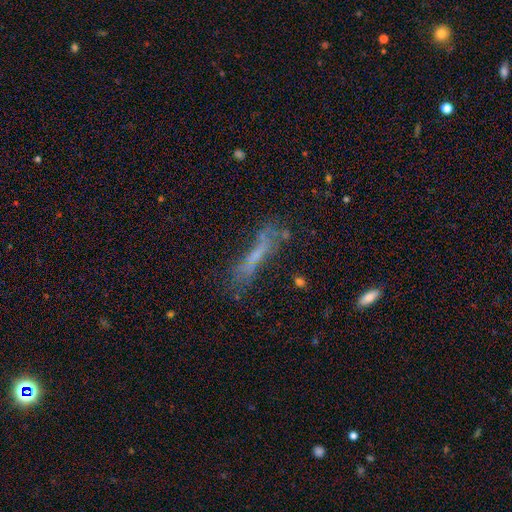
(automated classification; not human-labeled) featured or disk 44%, smooth 41%, star or artifact 16%. Down the decision tree: merging — none (51%).